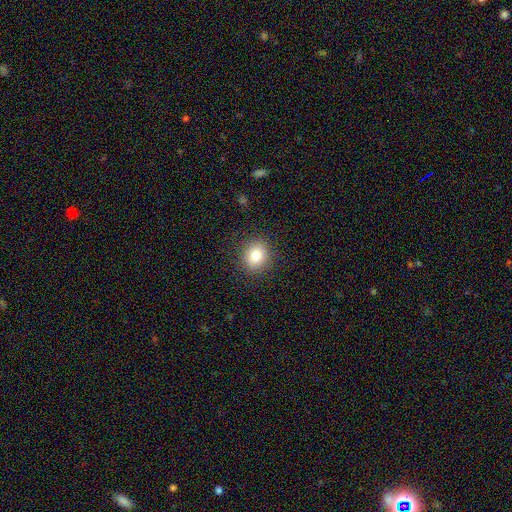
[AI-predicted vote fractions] Smooth or featured? Predicted: smooth (p=0.82). How rounded? Predicted: round (p=0.72). Merging? Predicted: none (p=0.89).